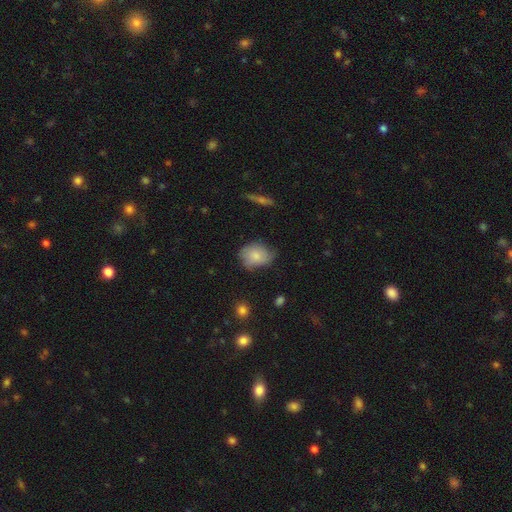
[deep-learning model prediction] Smooth or featured? Predicted: smooth (p=0.76). How rounded? Predicted: in between (p=0.63). Merging? Predicted: none (p=0.57).